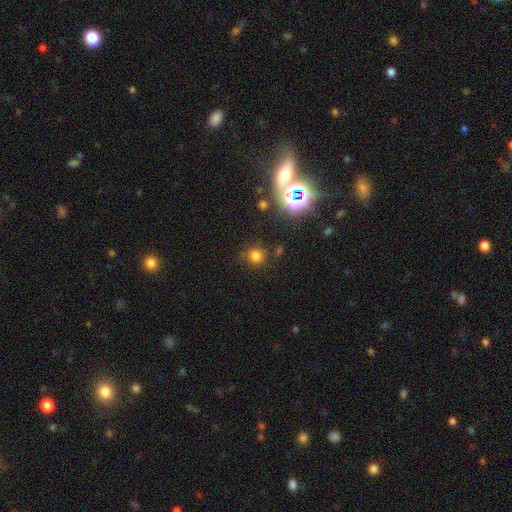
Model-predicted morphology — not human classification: A smooth galaxy with no disk features (70%) that is round (87%). Merging: none (78%).